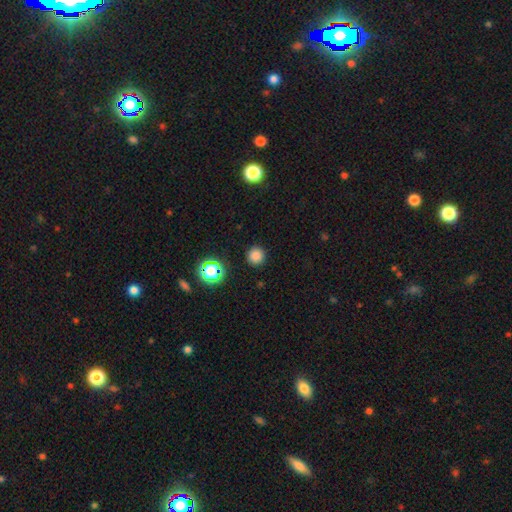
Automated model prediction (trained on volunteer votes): Overall: smooth (78%). How rounded: round (94%). Merging: none (90%).